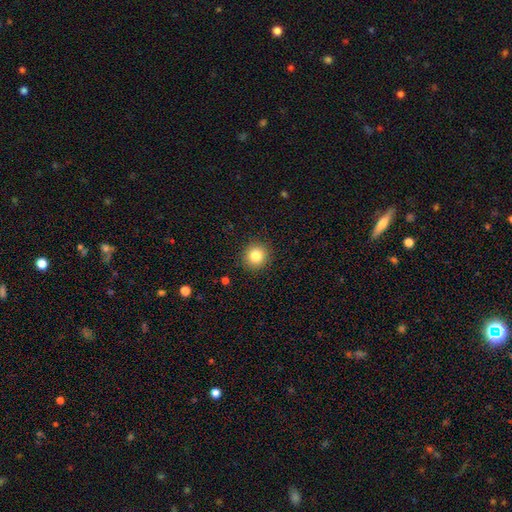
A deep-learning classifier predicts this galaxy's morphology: smooth 82%, star or artifact 11%, featured or disk 7%. Down the decision tree: how rounded — round (92%); merging — none (92%).